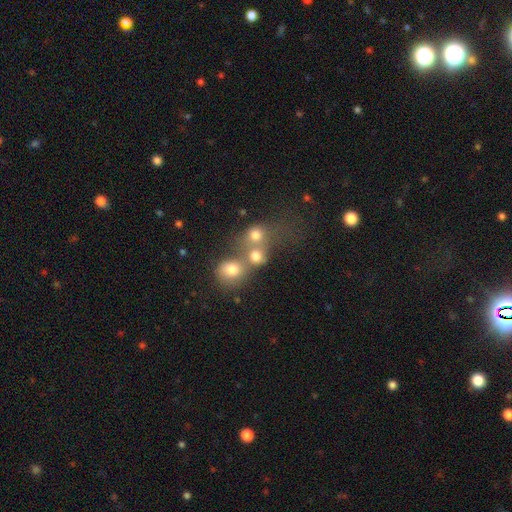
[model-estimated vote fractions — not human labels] Q: Smooth or featured?
A: smooth (73%); runner-up: star or artifact (14%)
Q: How rounded?
A: round (77%); runner-up: in between (22%)
Q: Merging?
A: merger (51%); runner-up: none (36%)